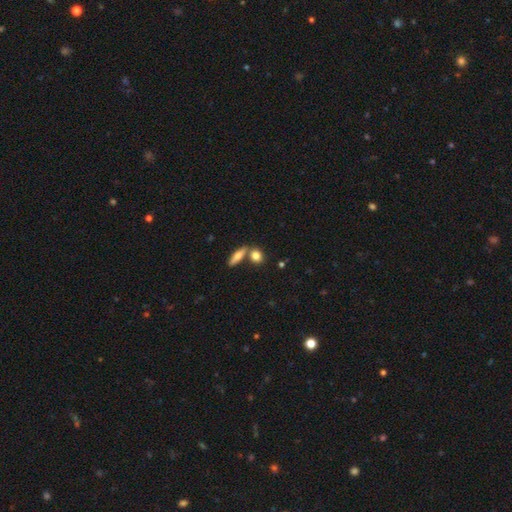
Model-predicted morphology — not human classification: Overall: smooth (79%). How rounded: in between (43%, tied with round). Merging: none (61%; merger 26%).